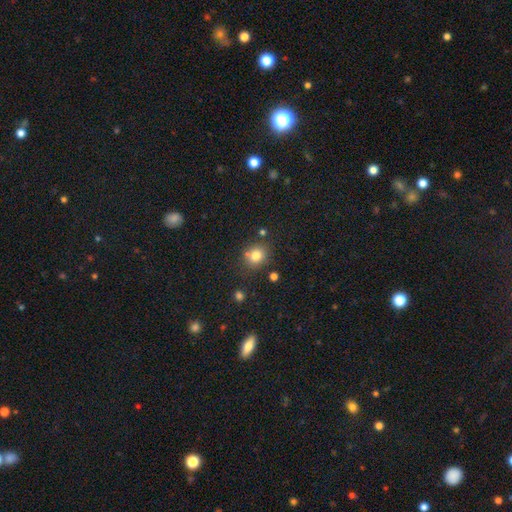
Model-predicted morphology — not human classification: Smooth or featured? smooth (79%)
How rounded? round (77%)
Merging? none (74%)